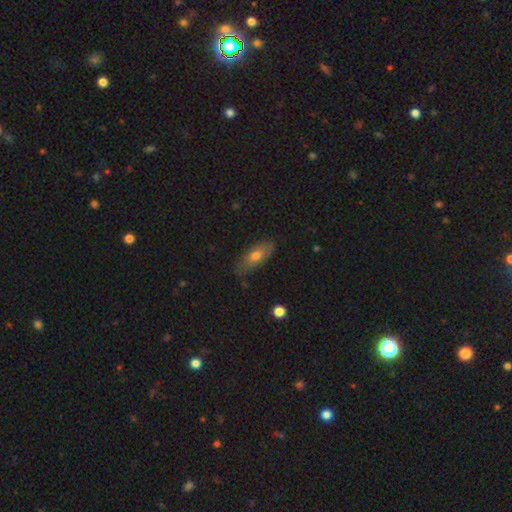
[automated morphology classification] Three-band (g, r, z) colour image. It shows a smooth galaxy with no disk features (59%) that is in between round and cigar-shaped (70%). Merging: none (78%).